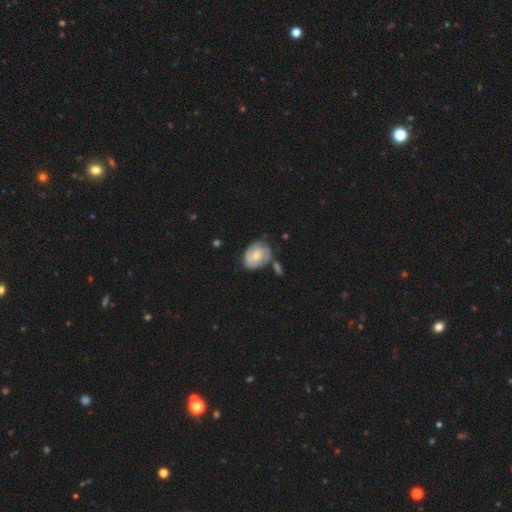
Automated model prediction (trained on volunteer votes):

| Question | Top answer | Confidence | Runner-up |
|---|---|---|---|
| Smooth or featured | featured or disk | 56% | smooth (38%) |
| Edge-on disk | no | 97% | yes (3%) |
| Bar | no | 67% | weak (29%) |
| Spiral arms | yes | 84% | no (16%) |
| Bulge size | moderate | 52% | small (36%) |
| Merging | none | 57% | minor disturbance (23%) |